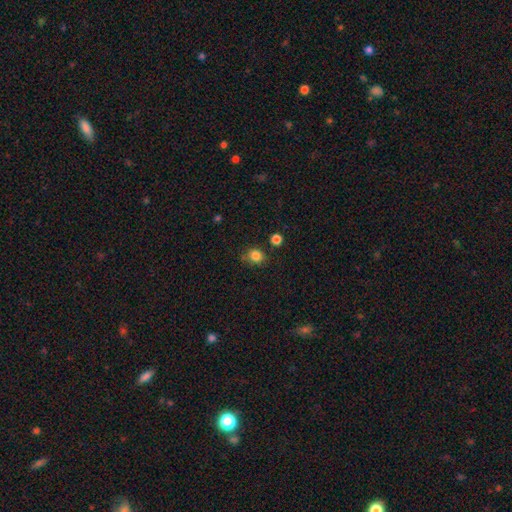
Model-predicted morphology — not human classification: This is clearly a smooth galaxy (83%). How rounded: likely round (73%). Merging: likely none (74%).